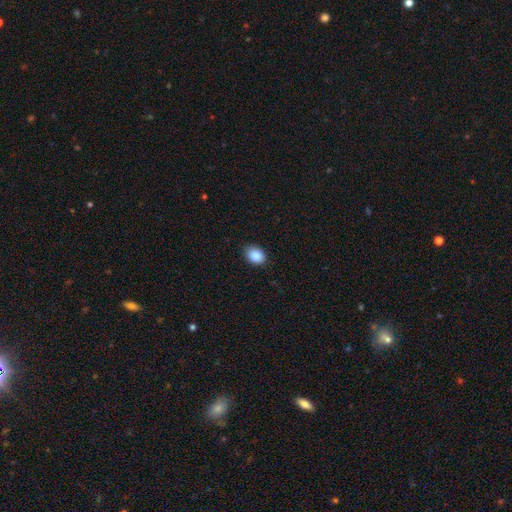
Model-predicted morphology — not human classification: Smooth or featured? Predicted: smooth (p=0.89). How rounded? Predicted: in between (p=0.72). Merging? Predicted: none (p=0.86).